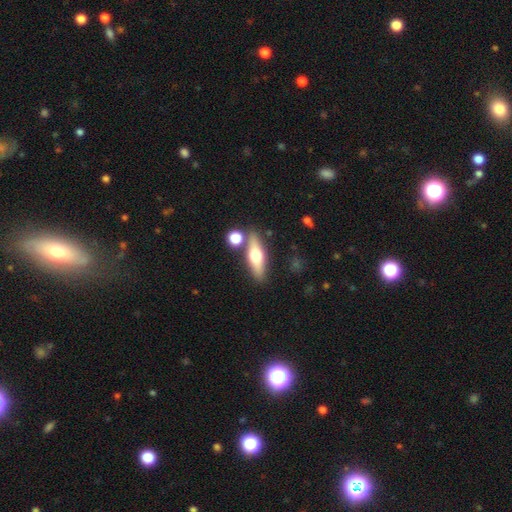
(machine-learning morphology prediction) type=featured or disk (47%); merging=none (78%).